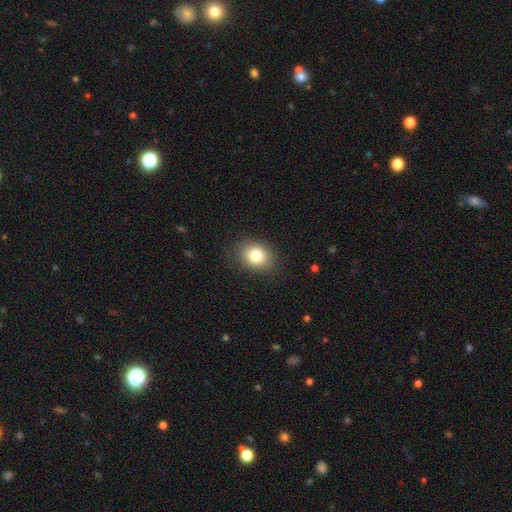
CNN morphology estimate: A smooth galaxy with no disk features (82%) that is in between round and cigar-shaped (55%). Merging: none (86%).